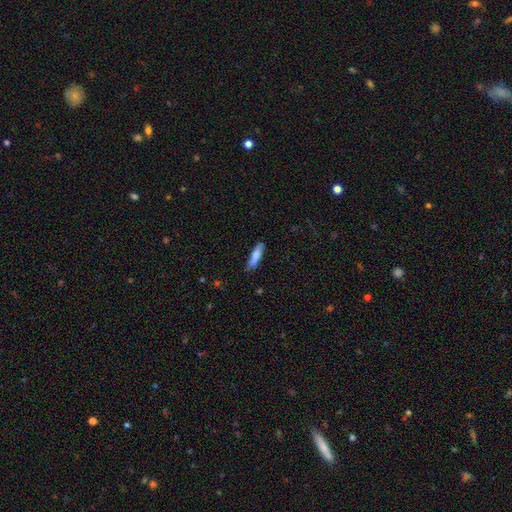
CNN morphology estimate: Smooth or featured: smooth — 79% (featured or disk — 15%)
How rounded: cigar-shaped — 73% (in between — 25%)
Merging: none — 79% (minor disturbance — 17%)